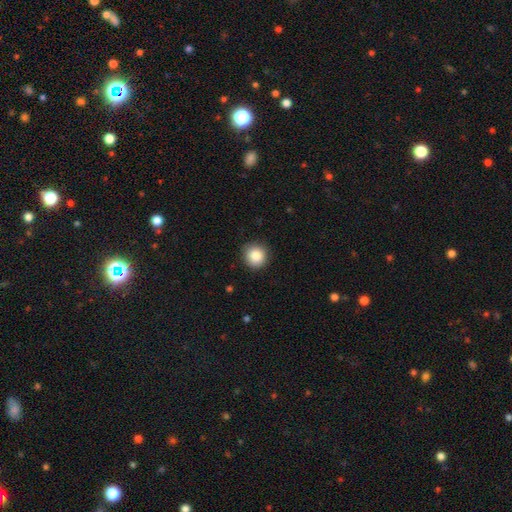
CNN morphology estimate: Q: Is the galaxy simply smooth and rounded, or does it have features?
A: smooth — 86%.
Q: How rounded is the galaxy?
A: round — 93%.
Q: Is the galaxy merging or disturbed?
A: none — 89%.